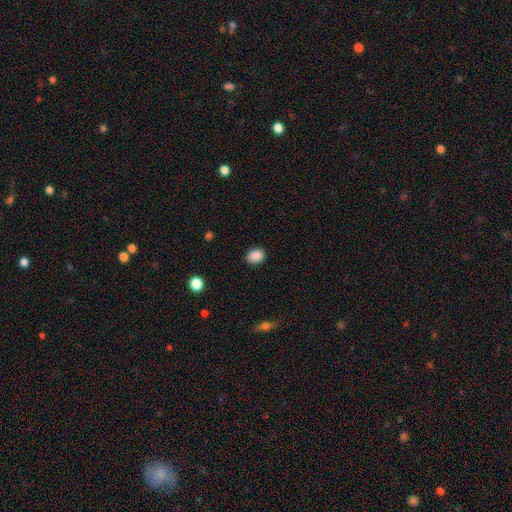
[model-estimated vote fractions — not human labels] Smooth or featured?
  - smooth: 89% *
  - star or artifact: 8%
  - featured or disk: 3%
How rounded?
  - in between: 66% *
  - round: 33%
  - cigar-shaped: 1%
Merging?
  - none: 88% *
  - minor disturbance: 9%
  - major disturbance: 2%
  - merger: 1%